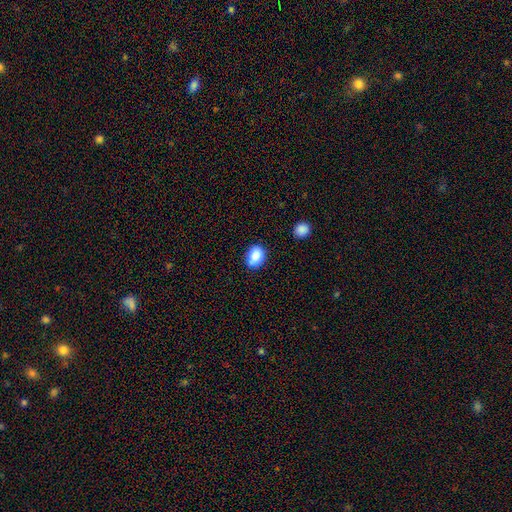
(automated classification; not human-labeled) smooth_or_featured: smooth (p=0.86) [alt: star or artifact p=0.09]
how_rounded: in between (p=0.67) [alt: round p=0.32]
merging: none (p=0.75) [alt: minor disturbance p=0.19]